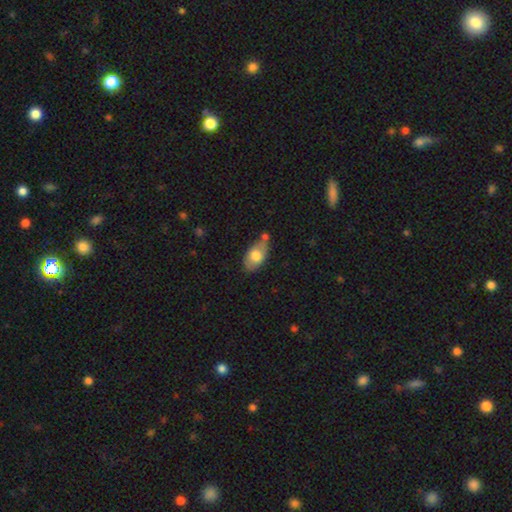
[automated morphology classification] smooth-or-featured: smooth: 71% | featured or disk: 23% | star or artifact: 7%
  how-rounded: in between: 91% | round: 6% | cigar-shaped: 2%
  merging: none: 55% | minor disturbance: 23% | merger: 16% | major disturbance: 5%